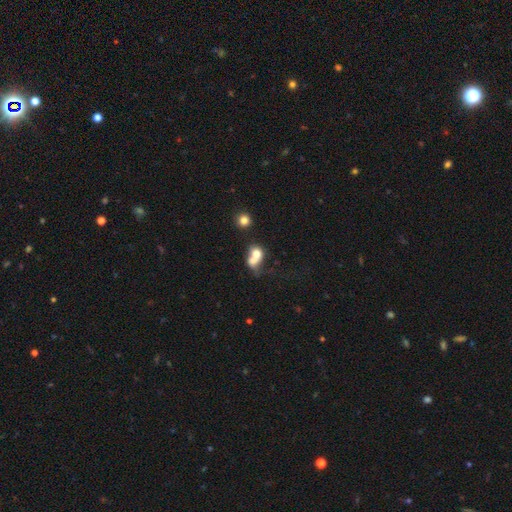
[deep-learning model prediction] Q: Smooth or featured?
A: smooth (67%); runner-up: featured or disk (22%)
Q: How rounded?
A: in between (55%); runner-up: round (42%)
Q: Merging?
A: merger (65%); runner-up: none (17%)